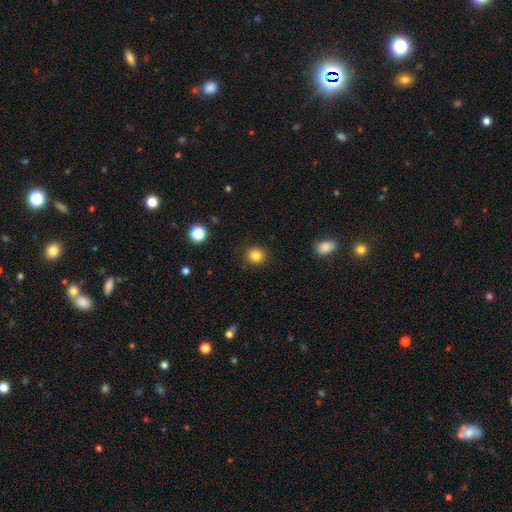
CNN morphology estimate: Smooth or featured: smooth — 84% (star or artifact — 12%)
How rounded: round — 89% (in between — 10%)
Merging: none — 91% (minor disturbance — 6%)